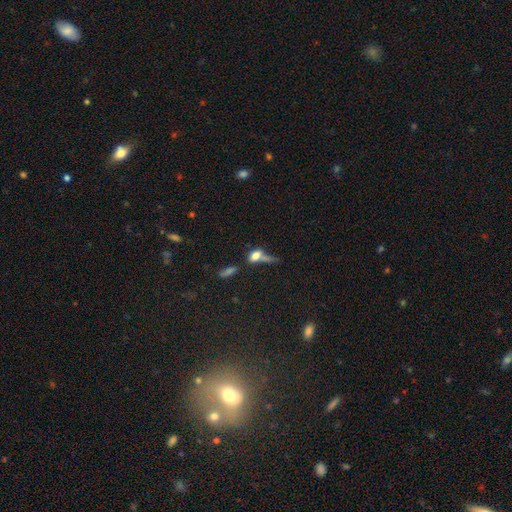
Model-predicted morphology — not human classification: smooth_or_featured: smooth (p=0.65) [alt: featured or disk p=0.20]
how_rounded: in between (p=0.68) [alt: round p=0.19]
merging: merger (p=0.31) [alt: major disturbance p=0.28]